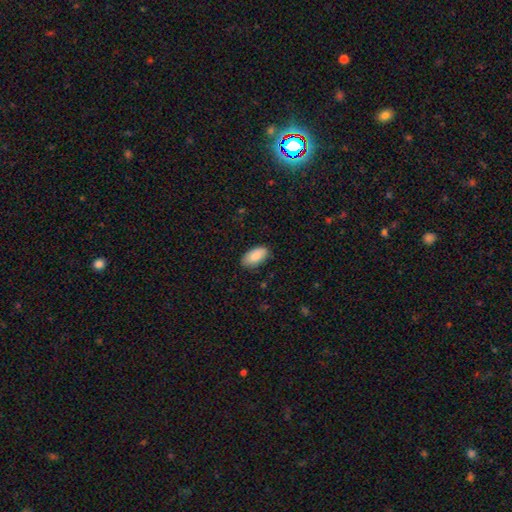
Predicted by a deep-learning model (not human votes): A smooth galaxy with no disk features (87%) that is in between round and cigar-shaped (95%). Merging: none (84%).